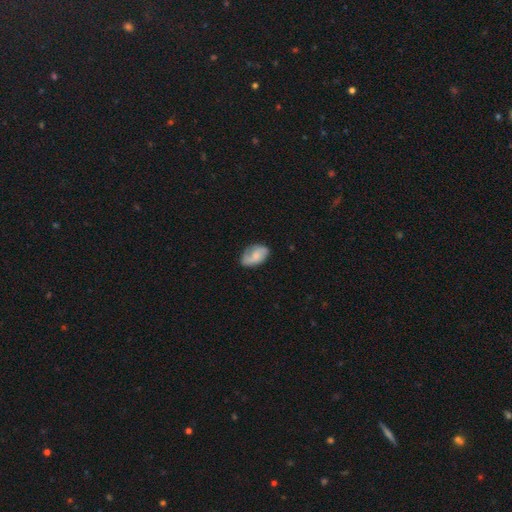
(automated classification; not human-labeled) A smooth galaxy with no disk features (55%) that is in between round and cigar-shaped (90%). Merging: none (65%).